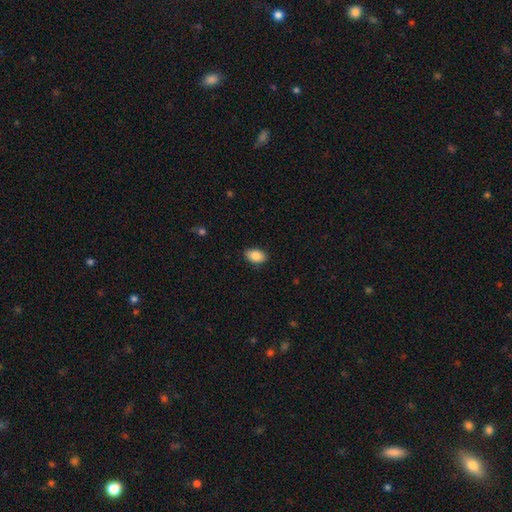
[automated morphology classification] Overall: smooth (86%). How rounded: in between (91%). Merging: none (87%).